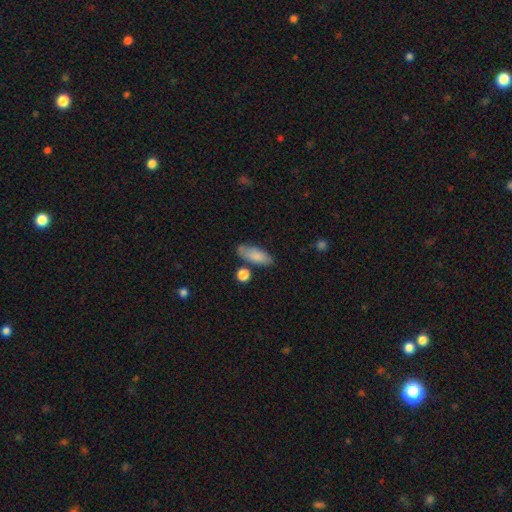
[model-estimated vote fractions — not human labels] A smooth galaxy with no disk features (81%) that is in between round and cigar-shaped (75%).

Vote fractions:
- Smooth or featured? smooth: 81% / featured or disk: 12% / star or artifact: 7%
- How rounded? in between: 75% / cigar-shaped: 22% / round: 3%
- Merging? none: 72% / minor disturbance: 17% / merger: 7% / major disturbance: 4%